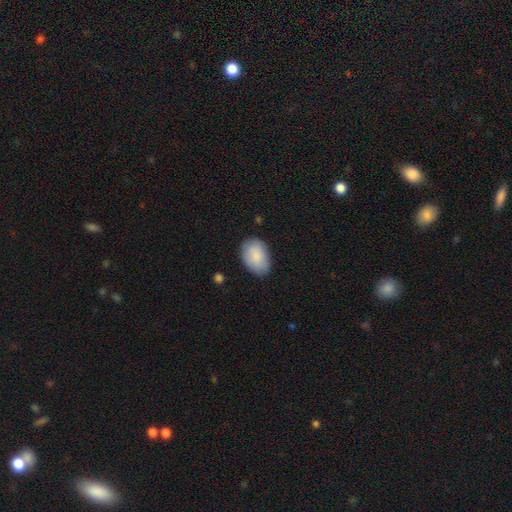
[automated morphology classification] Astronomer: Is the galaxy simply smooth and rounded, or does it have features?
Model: smooth — 86%.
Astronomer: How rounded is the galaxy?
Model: in between — 87%.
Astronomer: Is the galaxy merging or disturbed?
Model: none — 79%.